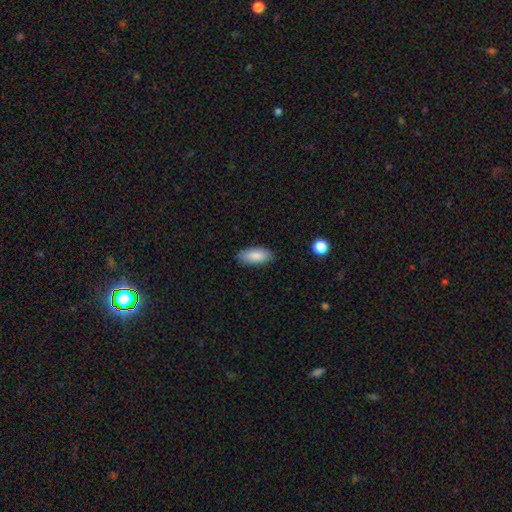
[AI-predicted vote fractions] Q: Smooth or featured?
A: smooth (87%); runner-up: featured or disk (7%)
Q: How rounded?
A: in between (87%); runner-up: cigar-shaped (11%)
Q: Merging?
A: none (87%); runner-up: minor disturbance (10%)